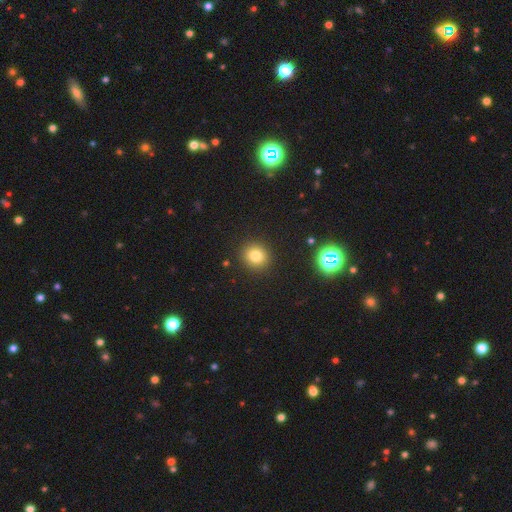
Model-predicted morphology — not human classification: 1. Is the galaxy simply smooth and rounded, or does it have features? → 79% smooth, 14% star or artifact, 7% featured or disk.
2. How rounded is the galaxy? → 87% round, 12% in between, 1% cigar-shaped.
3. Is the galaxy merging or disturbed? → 90% none, 6% minor disturbance, 2% major disturbance, 2% merger.